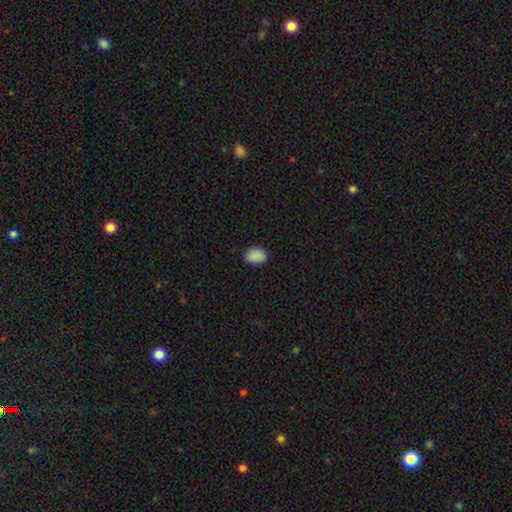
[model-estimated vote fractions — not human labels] Q: Smooth or featured?
A: smooth (89%); runner-up: star or artifact (8%)
Q: How rounded?
A: in between (76%); runner-up: round (23%)
Q: Merging?
A: none (85%); runner-up: minor disturbance (12%)